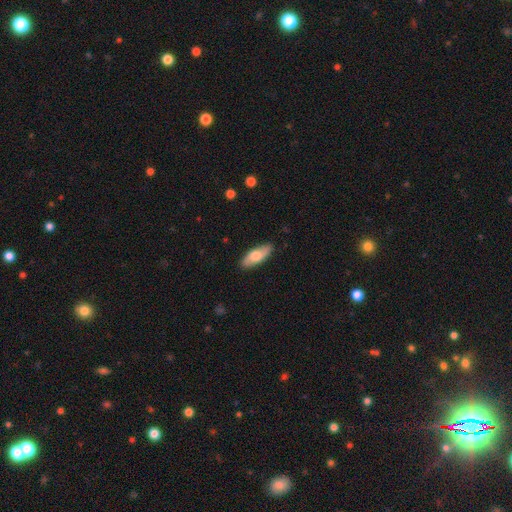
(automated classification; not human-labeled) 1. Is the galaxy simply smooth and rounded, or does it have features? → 66% smooth, 29% featured or disk, 5% star or artifact.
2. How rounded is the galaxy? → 71% in between, 26% cigar-shaped, 3% round.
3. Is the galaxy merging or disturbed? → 87% none, 10% minor disturbance, 2% major disturbance, 1% merger.